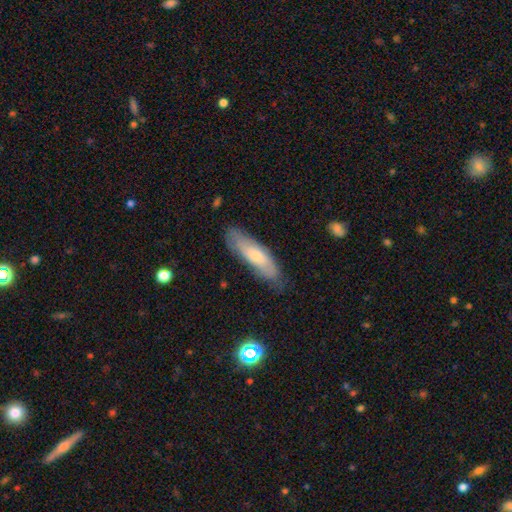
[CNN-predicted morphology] Smooth or featured?
  - smooth: 57% *
  - featured or disk: 36%
  - star or artifact: 7%
How rounded?
  - cigar-shaped: 60% *
  - in between: 38%
  - round: 2%
Merging?
  - none: 76% *
  - minor disturbance: 18%
  - major disturbance: 4%
  - merger: 1%